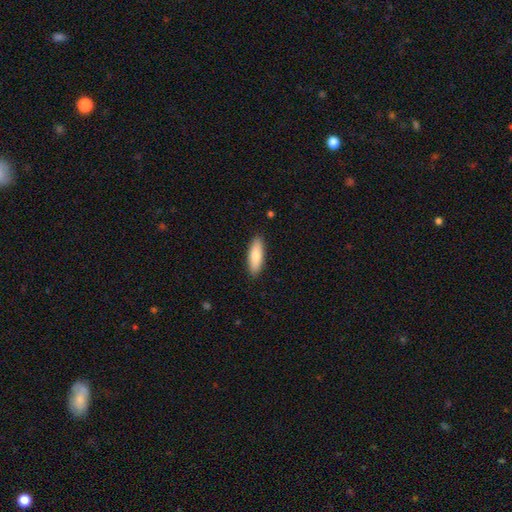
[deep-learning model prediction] Smooth or featured: smooth — 81% (featured or disk — 14%)
How rounded: in between — 56% (cigar-shaped — 42%)
Merging: none — 89% (minor disturbance — 8%)